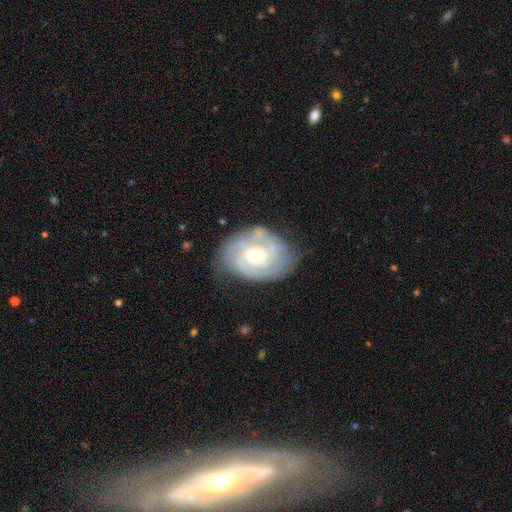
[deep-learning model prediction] Smooth or featured?
  - featured or disk: 87% *
  - smooth: 8%
  - star or artifact: 5%
Edge-on disk?
  - no: 97% *
  - yes: 3%
Bar?
  - no: 67% *
  - weak: 26%
  - strong: 6%
Spiral arms?
  - yes: 97% *
  - no: 3%
Spiral winding?
  - tight: 73% *
  - medium: 23%
  - loose: 4%
Spiral arm count?
  - 2: 47% *
  - 3: 23%
  - can't tell: 17%
  - 4: 5%
  - 1: 4%
  - more than 4: 4%
Bulge size?
  - moderate: 48% *
  - small: 40%
  - large: 8%
  - none: 3%
  - dominant: 1%
Merging?
  - none: 75% *
  - minor disturbance: 18%
  - major disturbance: 6%
  - merger: 1%